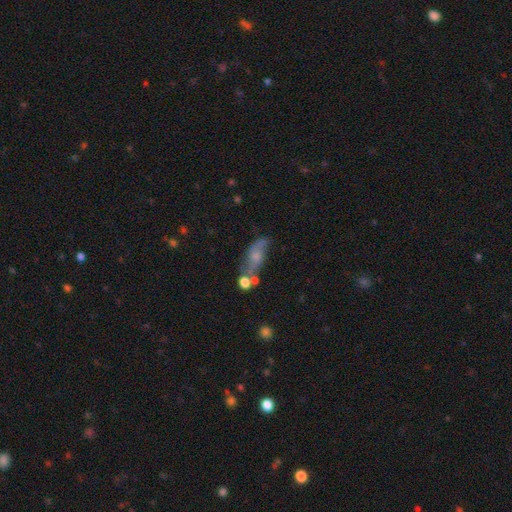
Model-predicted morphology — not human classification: The model was most divided on "smooth or featured": featured or disk: 47%, smooth: 42%, star or artifact: 11%. Remaining: merging — none (46%).